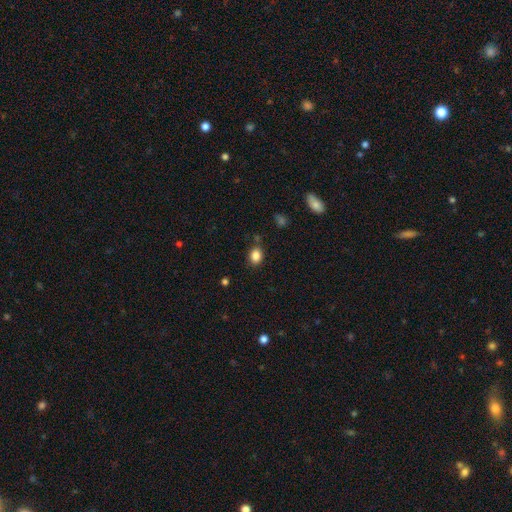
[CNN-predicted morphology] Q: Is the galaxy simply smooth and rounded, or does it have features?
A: smooth — 85%.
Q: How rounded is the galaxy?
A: in between — 55%.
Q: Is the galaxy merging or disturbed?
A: none — 80%.